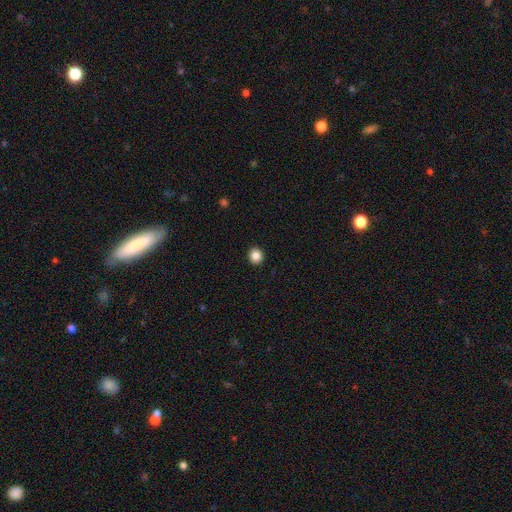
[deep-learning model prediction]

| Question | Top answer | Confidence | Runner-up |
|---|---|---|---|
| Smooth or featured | smooth | 86% | star or artifact (10%) |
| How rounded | round | 88% | in between (11%) |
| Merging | none | 93% | minor disturbance (4%) |